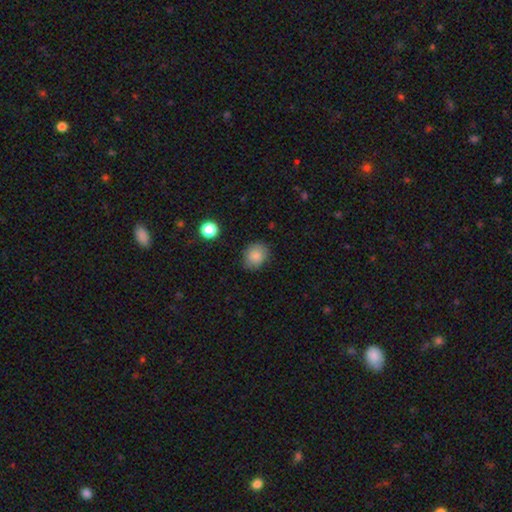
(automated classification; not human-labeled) smooth 85%, star or artifact 9%, featured or disk 6%. Down the decision tree: how rounded — round (60%); merging — none (83%).